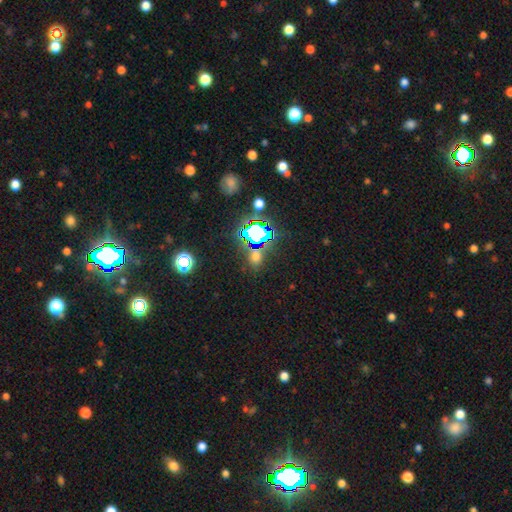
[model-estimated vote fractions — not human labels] Morphology: type=star or artifact (55%).